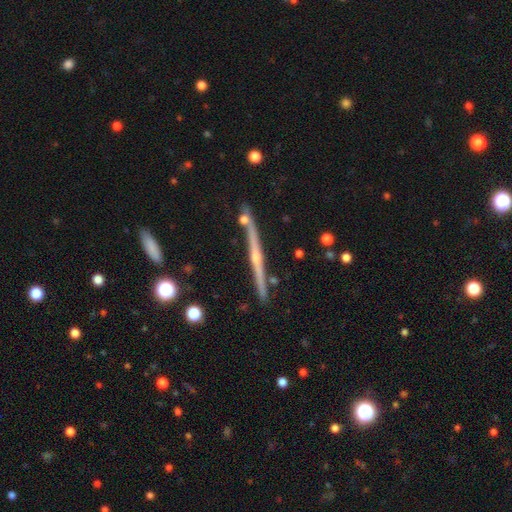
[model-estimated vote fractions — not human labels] This is clearly a featured or disk galaxy (80%). It is clearly viewed edge-on (98%). Edge-on bulge: likely rounded (79%). Merging: clearly none (84%).